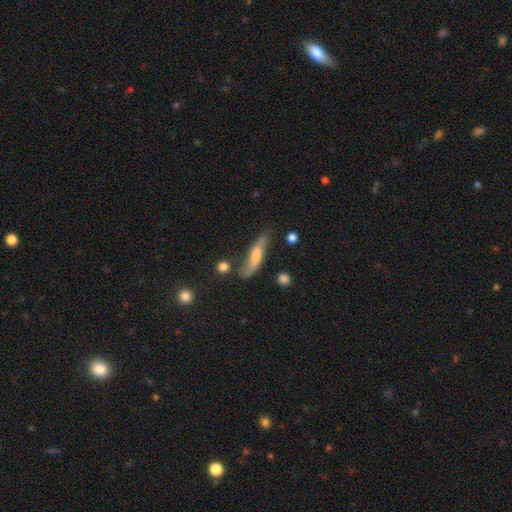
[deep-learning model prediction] Overall: smooth (58%; featured or disk 35%). How rounded: cigar-shaped (75%). Merging: none (59%; minor disturbance 25%).